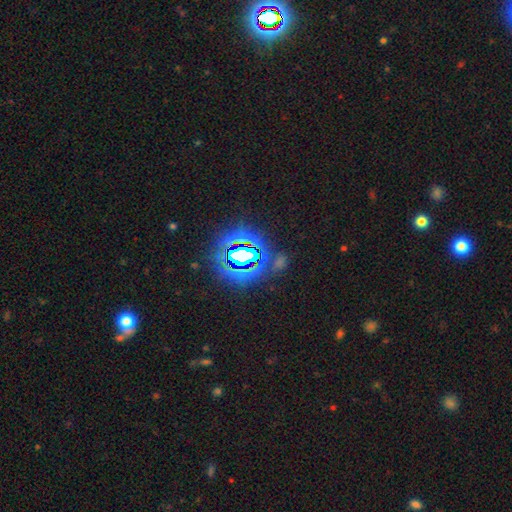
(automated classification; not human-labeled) A star or artifact, not a galaxy (77%).